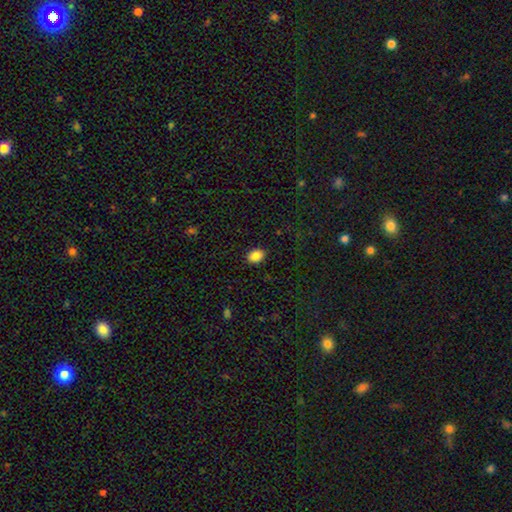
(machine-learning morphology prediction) smooth-or-featured: smooth: 86% | star or artifact: 8% | featured or disk: 5%
  how-rounded: in between: 72% | round: 27% | cigar-shaped: 1%
  merging: none: 89% | minor disturbance: 8% | major disturbance: 2% | merger: 1%